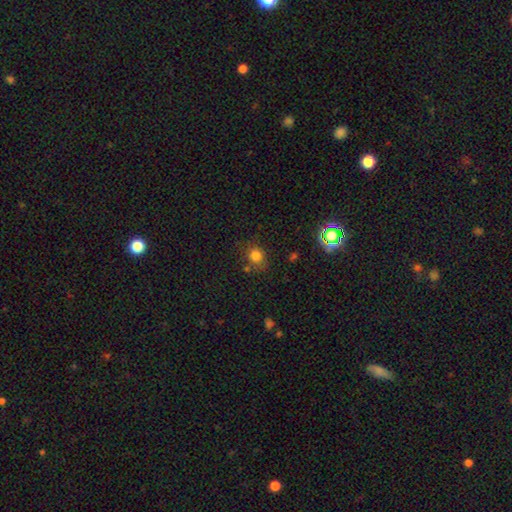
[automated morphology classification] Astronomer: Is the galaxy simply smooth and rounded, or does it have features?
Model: smooth — 77%.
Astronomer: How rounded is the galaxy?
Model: round — 80%.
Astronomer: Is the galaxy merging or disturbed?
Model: none — 73%.